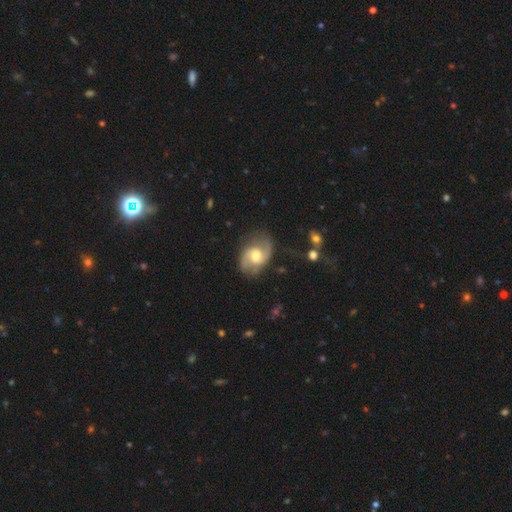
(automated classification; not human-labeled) Smooth or featured?
  - featured or disk: 84% *
  - smooth: 11%
  - star or artifact: 5%
Edge-on disk?
  - no: 98% *
  - yes: 2%
Bar?
  - no: 52% *
  - weak: 41%
  - strong: 7%
Spiral arms?
  - yes: 96% *
  - no: 4%
Spiral winding?
  - medium: 52% *
  - loose: 32%
  - tight: 16%
Spiral arm count?
  - 2: 91% *
  - can't tell: 4%
  - 1: 2%
  - 3: 1%
  - 4: 1%
  - more than 4: 1%
Bulge size?
  - moderate: 68% *
  - small: 22%
  - large: 8%
  - none: 1%
  - dominant: 1%
Merging?
  - none: 76% *
  - minor disturbance: 16%
  - major disturbance: 6%
  - merger: 2%